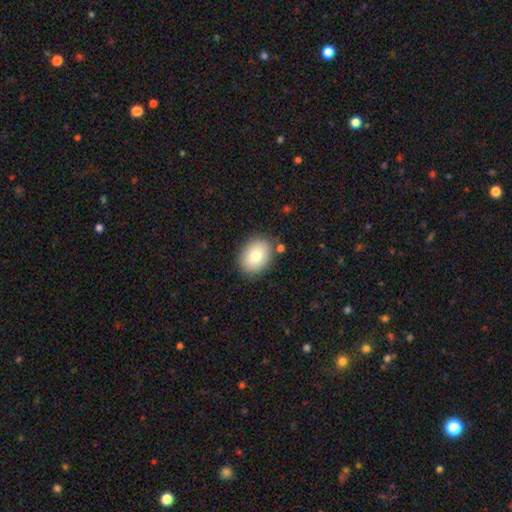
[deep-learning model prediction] smooth_or_featured: smooth (p=0.80) [alt: featured or disk p=0.12]
how_rounded: in between (p=0.61) [alt: round p=0.38]
merging: none (p=0.84) [alt: minor disturbance p=0.11]